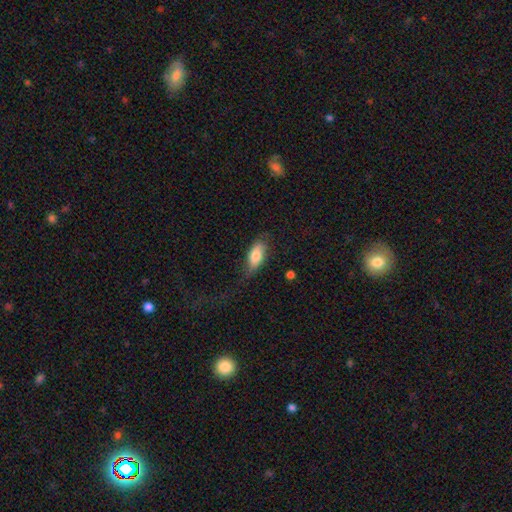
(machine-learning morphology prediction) A smooth galaxy with no disk features (76%) that is in between round and cigar-shaped (84%).

Vote fractions:
- Smooth or featured? smooth: 76% / featured or disk: 17% / star or artifact: 6%
- How rounded? in between: 84% / cigar-shaped: 13% / round: 3%
- Merging? none: 62% / minor disturbance: 24% / major disturbance: 12% / merger: 2%